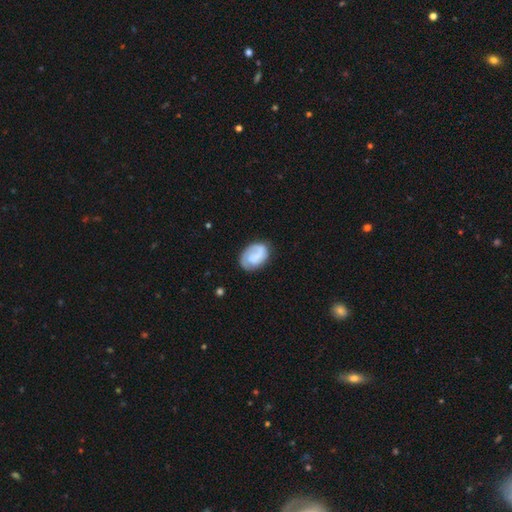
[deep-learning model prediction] Smooth or featured? featured or disk (56%)
Edge-on disk? no (98%)
Bar? no (52%)
Spiral arms? yes (89%)
Bulge size? none (51%)
Merging? none (71%)